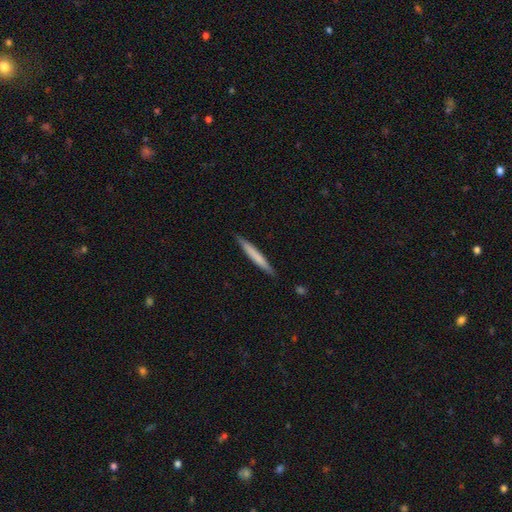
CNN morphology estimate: A smooth galaxy with no disk features (66%) that is cigar-shaped (96%). Merging: none (89%).